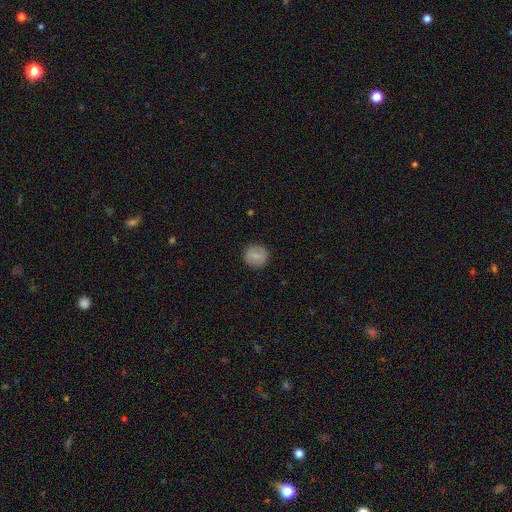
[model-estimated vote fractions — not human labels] Smooth or featured? smooth (72%)
How rounded? round (90%)
Merging? none (90%)